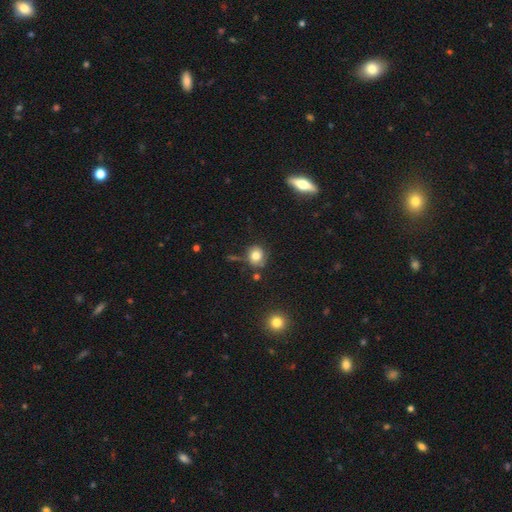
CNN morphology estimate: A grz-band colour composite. It shows a smooth galaxy with no disk features (80%) that is round (78%). Merging: none (74%).